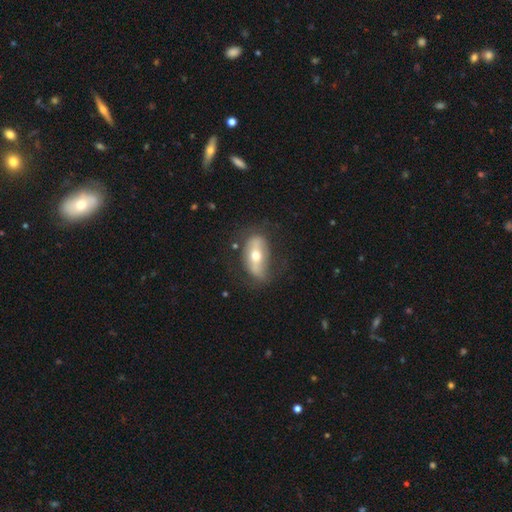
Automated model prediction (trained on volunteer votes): This appears to be a featured or disk galaxy (60%). Merging: none (64%).